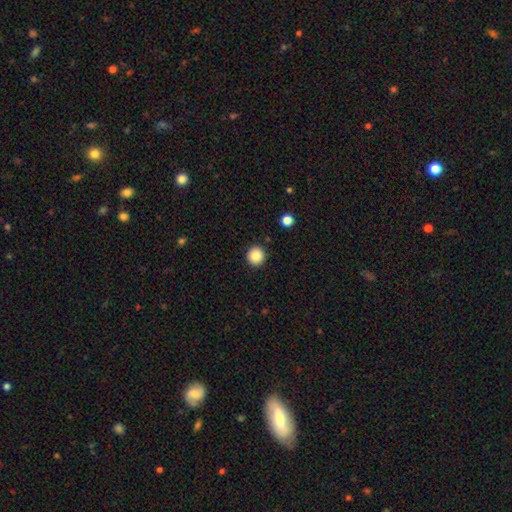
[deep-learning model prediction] Smooth or featured? smooth (87%)
How rounded? round (94%)
Merging? none (92%)